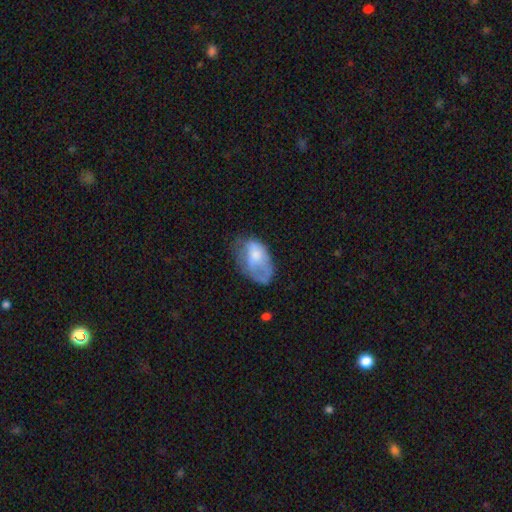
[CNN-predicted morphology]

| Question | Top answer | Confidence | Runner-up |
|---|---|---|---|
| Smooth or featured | smooth | 59% | featured or disk (33%) |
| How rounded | in between | 90% | round (9%) |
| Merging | minor disturbance | 34% | major disturbance (32%) |